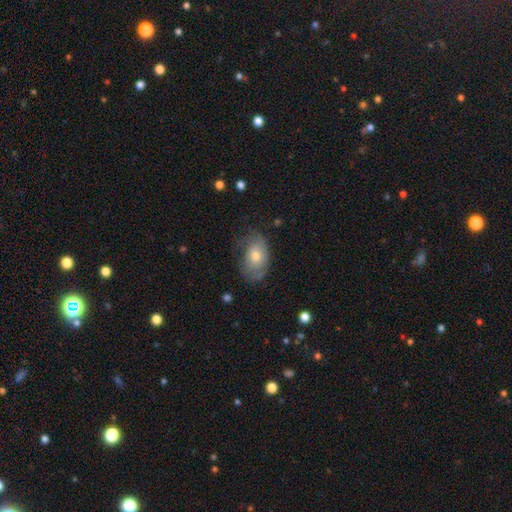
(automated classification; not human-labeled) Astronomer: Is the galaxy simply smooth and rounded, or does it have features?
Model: smooth — 59%.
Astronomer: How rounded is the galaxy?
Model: in between — 87%.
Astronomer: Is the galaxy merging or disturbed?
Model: none — 57%.